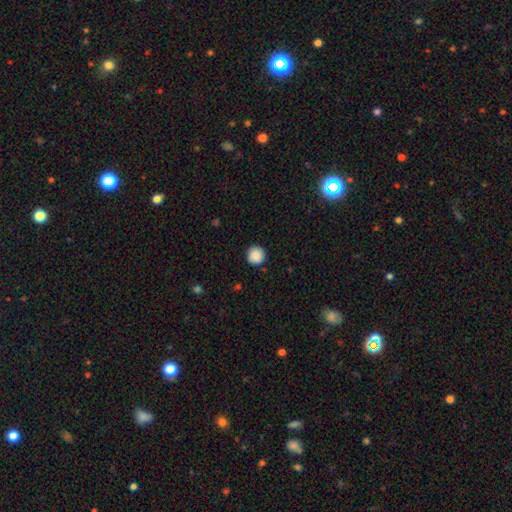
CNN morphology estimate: Smooth or featured? smooth (89%)
How rounded? round (95%)
Merging? none (91%)